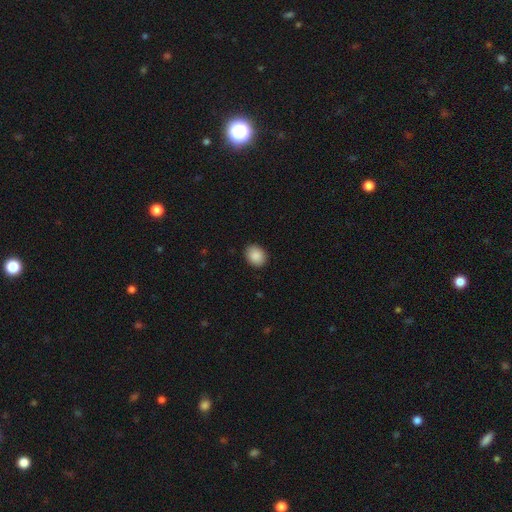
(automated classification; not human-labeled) smooth_or_featured: smooth (p=0.90) [alt: star or artifact p=0.08]
how_rounded: round (p=0.51) [alt: in between p=0.48]
merging: none (p=0.90) [alt: minor disturbance p=0.08]